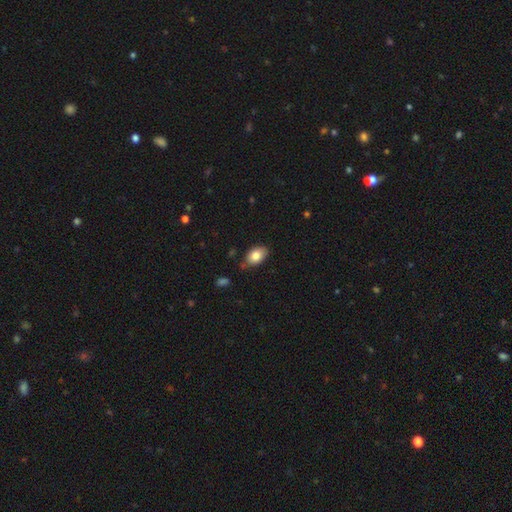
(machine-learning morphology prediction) This is clearly a smooth galaxy (82%). How rounded: clearly in between (88%). Merging: likely none (77%).